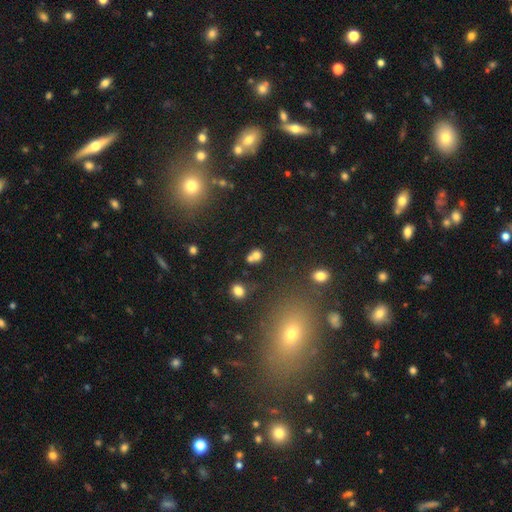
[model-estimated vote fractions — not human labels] The model was most divided on "merging": merger: 43%, none: 42%, minor disturbance: 10%, major disturbance: 5%. More confident: smooth or featured — smooth (73%); how rounded — round (70%).